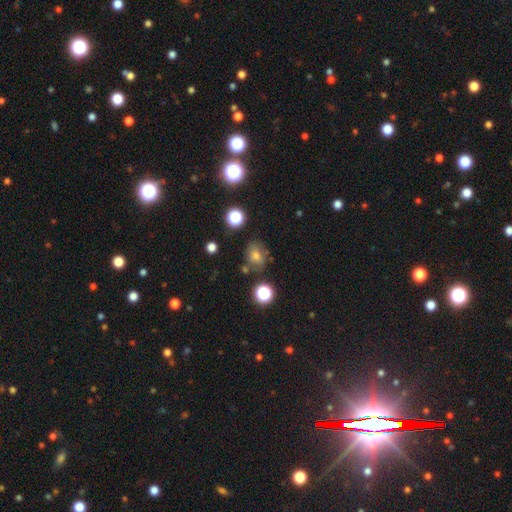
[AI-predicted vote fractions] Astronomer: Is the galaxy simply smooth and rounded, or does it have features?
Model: smooth — 66%.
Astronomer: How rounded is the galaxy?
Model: round — 57% (runner-up: in between, 42%).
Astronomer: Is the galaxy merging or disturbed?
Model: none — 67%.